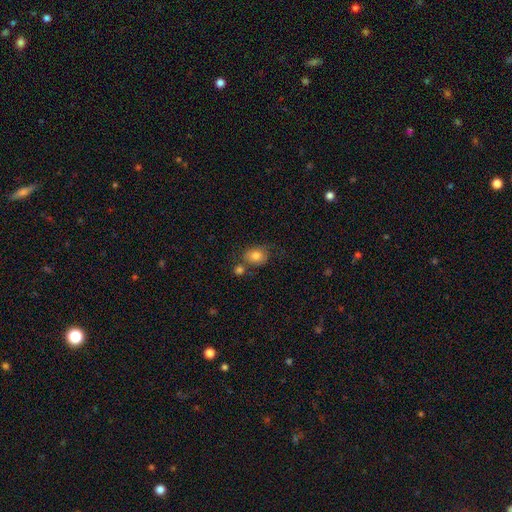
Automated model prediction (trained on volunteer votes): smooth-or-featured: smooth: 80% | featured or disk: 11% | star or artifact: 10%
  how-rounded: round: 52% | in between: 47% | cigar-shaped: 1%
  merging: none: 55% | merger: 21% | minor disturbance: 18% | major disturbance: 7%